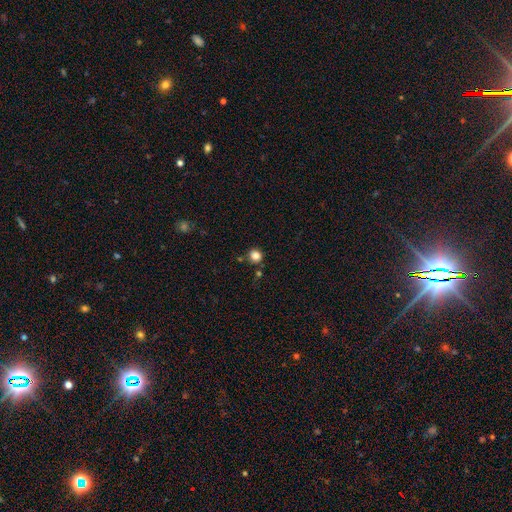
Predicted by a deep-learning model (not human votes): smooth-or-featured: smooth: 82% | star or artifact: 13% | featured or disk: 5%
  how-rounded: round: 91% | in between: 8% | cigar-shaped: 1%
  merging: none: 83% | minor disturbance: 9% | merger: 6% | major disturbance: 3%